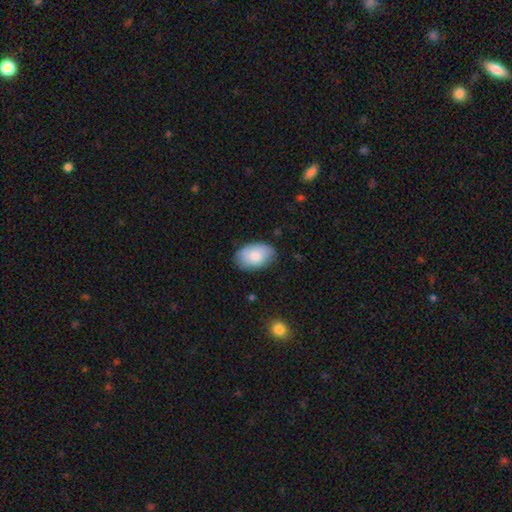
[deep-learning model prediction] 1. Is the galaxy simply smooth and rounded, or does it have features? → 82% smooth, 13% featured or disk, 6% star or artifact.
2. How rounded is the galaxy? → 92% in between, 7% round, 1% cigar-shaped.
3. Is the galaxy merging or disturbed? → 77% none, 18% minor disturbance, 3% major disturbance, 1% merger.